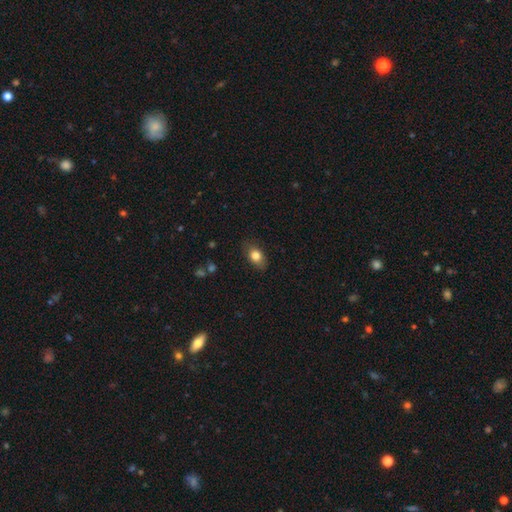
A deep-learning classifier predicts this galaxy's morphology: Overall: smooth (80%). How rounded: in between (81%). Merging: none (82%).